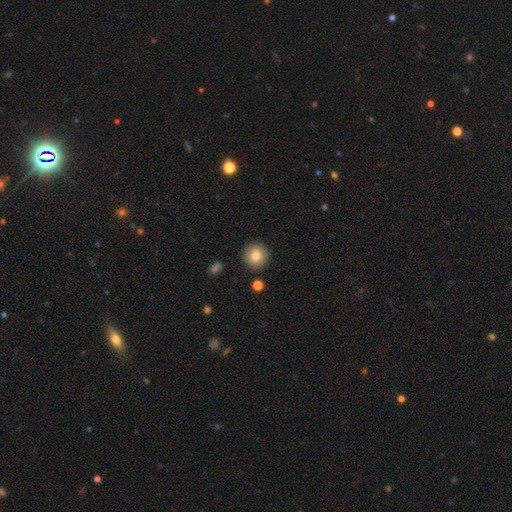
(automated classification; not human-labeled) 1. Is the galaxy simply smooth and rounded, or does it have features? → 83% smooth, 9% star or artifact, 8% featured or disk.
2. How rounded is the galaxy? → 95% round, 4% in between, 1% cigar-shaped.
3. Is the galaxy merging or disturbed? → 90% none, 6% minor disturbance, 2% merger, 2% major disturbance.